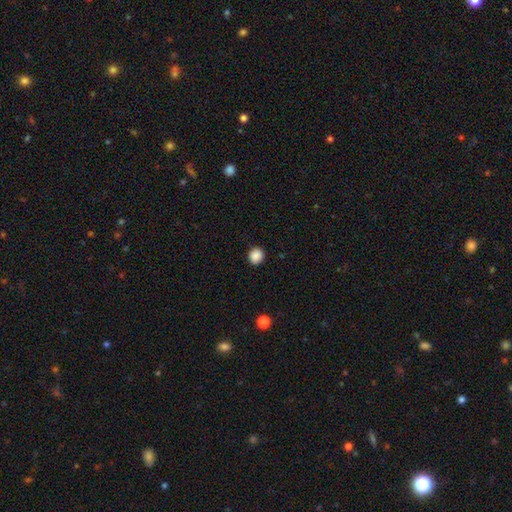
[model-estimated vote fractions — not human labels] Q: Smooth or featured?
A: smooth (88%); runner-up: star or artifact (10%)
Q: How rounded?
A: round (84%); runner-up: in between (15%)
Q: Merging?
A: none (90%); runner-up: minor disturbance (7%)